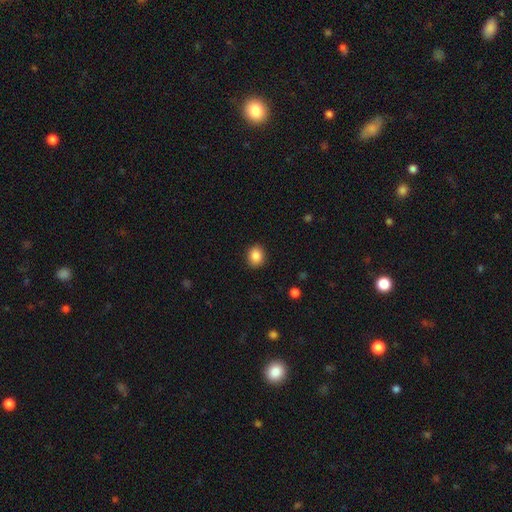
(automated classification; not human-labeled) A smooth galaxy with no disk features (87%) that is round (72%). Merging: none (89%).